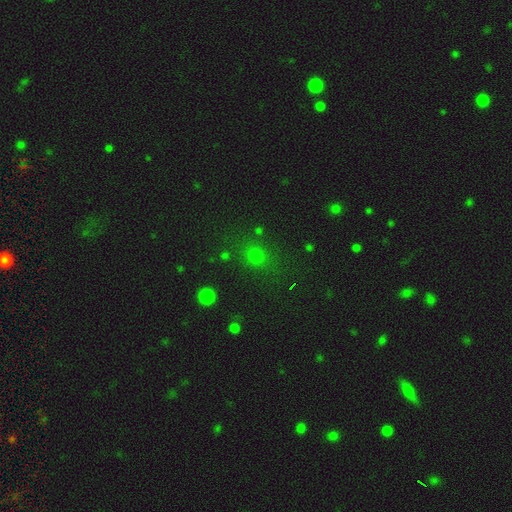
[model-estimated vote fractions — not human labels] Smooth or featured? Predicted: smooth (p=0.67). How rounded? Predicted: round (p=0.83). Merging? Predicted: none (p=0.81).